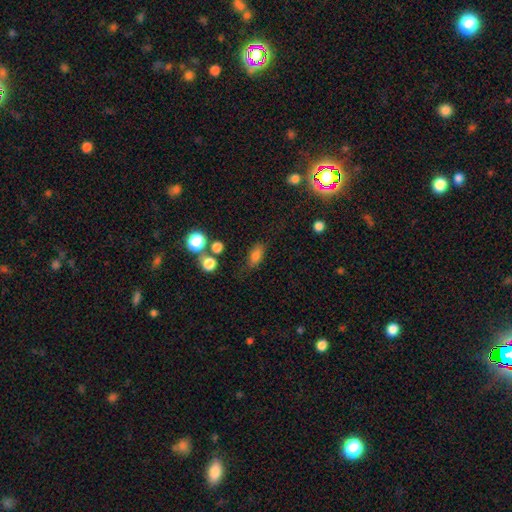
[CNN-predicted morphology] type=smooth (79%); roundness=in between (77%); merging=none (73%).